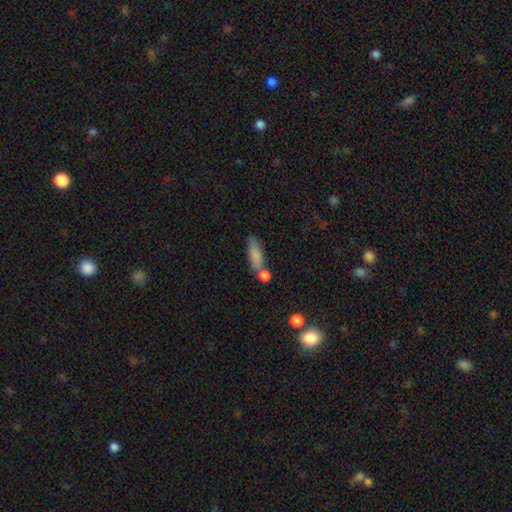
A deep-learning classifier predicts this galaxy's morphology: Overall: smooth (79%). How rounded: in between (49%; cigar-shaped 48%). Merging: none (48%; merger 32%).